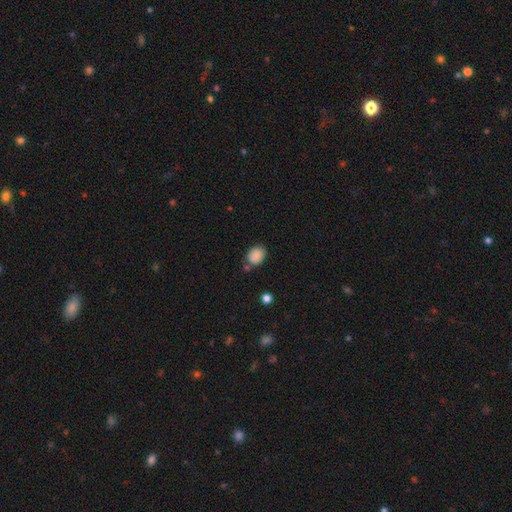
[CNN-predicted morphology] This is clearly a smooth galaxy (87%). How rounded: possibly in between (56%). Merging: likely none (66%).